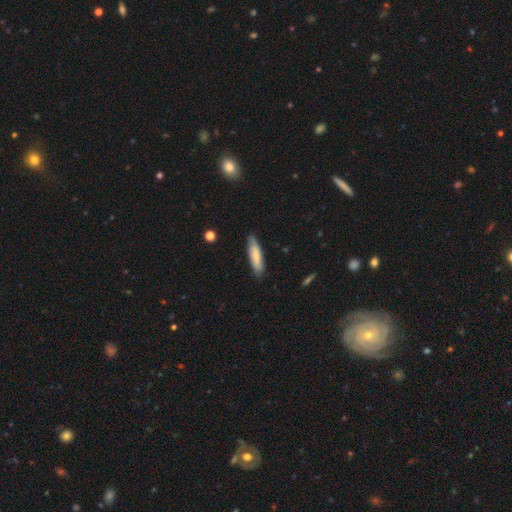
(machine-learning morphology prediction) Q: Smooth or featured?
A: smooth (73%); runner-up: featured or disk (21%)
Q: How rounded?
A: cigar-shaped (69%); runner-up: in between (29%)
Q: Merging?
A: none (83%); runner-up: minor disturbance (13%)